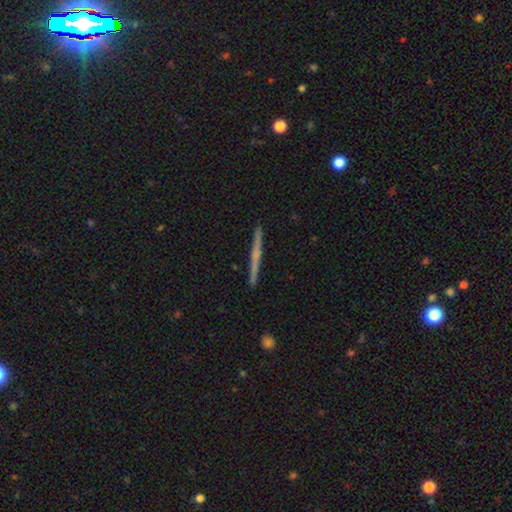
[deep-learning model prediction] smooth_or_featured: featured or disk (p=0.60) [alt: smooth p=0.34]
disk_edge_on: yes (p=0.98) [alt: no p=0.02]
edge_on_bulge: none (p=0.64) [alt: rounded p=0.29]
merging: none (p=0.92) [alt: minor disturbance p=0.05]